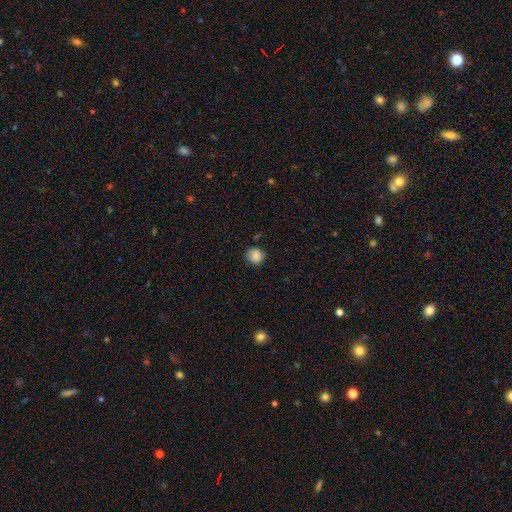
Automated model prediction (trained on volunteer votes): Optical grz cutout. It shows a smooth galaxy with no disk features (86%) that is round (84%). Merging: none (79%).